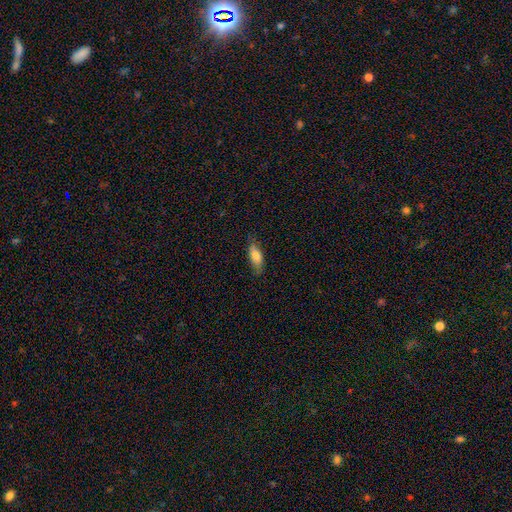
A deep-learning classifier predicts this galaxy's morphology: smooth-or-featured: smooth: 77% | featured or disk: 17% | star or artifact: 7%
  how-rounded: in between: 73% | cigar-shaped: 24% | round: 2%
  merging: none: 74% | minor disturbance: 21% | major disturbance: 4% | merger: 1%